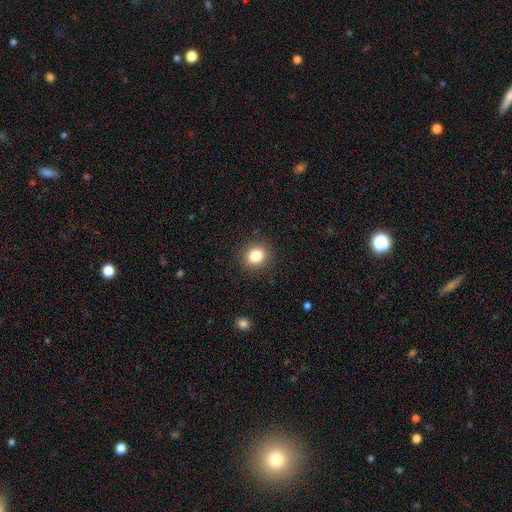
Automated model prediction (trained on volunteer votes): Overall: smooth (82%). How rounded: round (77%). Merging: none (90%).